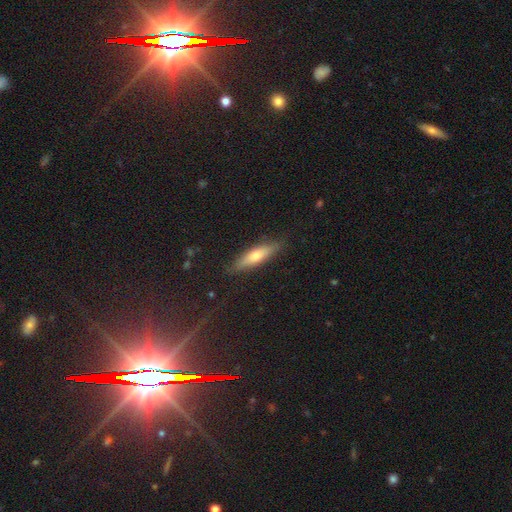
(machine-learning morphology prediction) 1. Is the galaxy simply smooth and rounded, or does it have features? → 53% smooth, 39% featured or disk, 8% star or artifact.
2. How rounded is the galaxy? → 74% cigar-shaped, 24% in between, 2% round.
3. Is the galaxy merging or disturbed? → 87% none, 9% minor disturbance, 2% major disturbance, 1% merger.